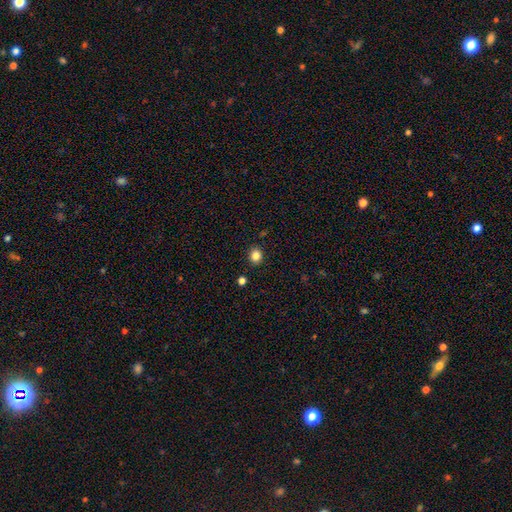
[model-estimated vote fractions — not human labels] Smooth or featured? Predicted: smooth (p=0.84). How rounded? Predicted: round (p=0.71). Merging? Predicted: none (p=0.89).